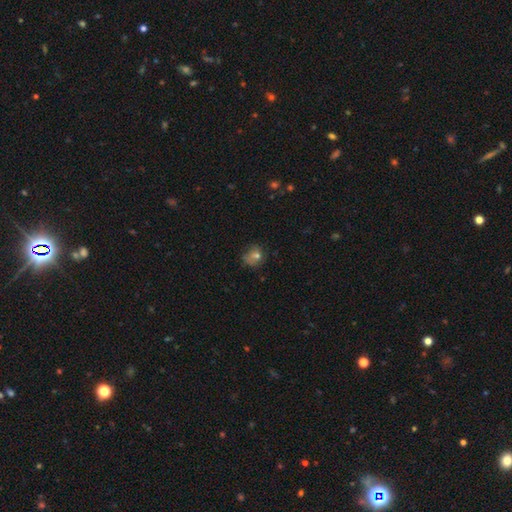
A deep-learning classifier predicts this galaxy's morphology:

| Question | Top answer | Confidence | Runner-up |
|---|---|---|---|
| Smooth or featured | smooth | 63% | featured or disk (19%) |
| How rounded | round | 66% | in between (32%) |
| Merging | none | 51% | minor disturbance (27%) |